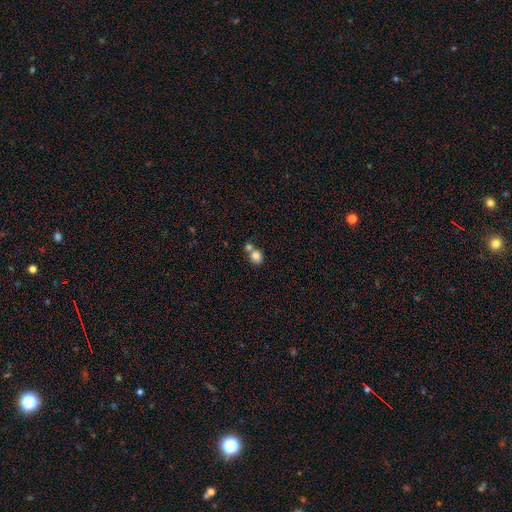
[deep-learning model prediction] Q: Smooth or featured?
A: smooth (82%); runner-up: star or artifact (10%)
Q: How rounded?
A: round (73%); runner-up: in between (26%)
Q: Merging?
A: none (47%); runner-up: merger (41%)